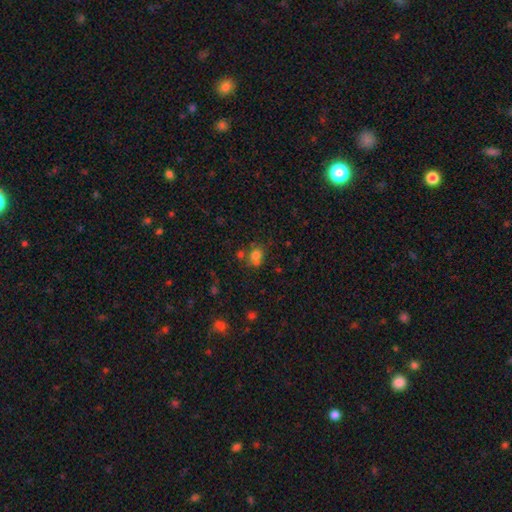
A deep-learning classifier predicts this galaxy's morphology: type=smooth (72%); roundness=round (52%); merging=none (51%).